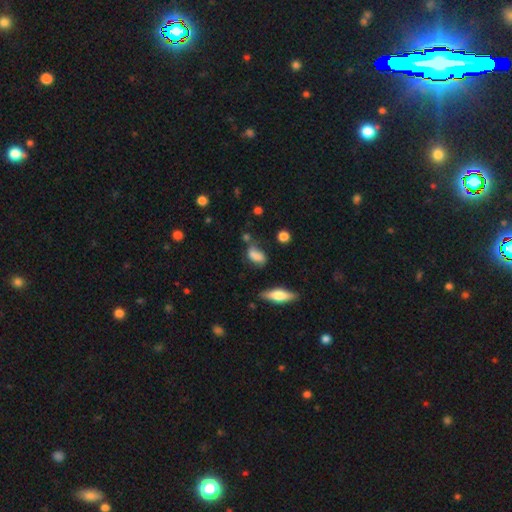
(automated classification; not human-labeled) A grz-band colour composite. It shows a smooth galaxy with no disk features (72%) that is in between round and cigar-shaped (80%). Merging: none (49%).